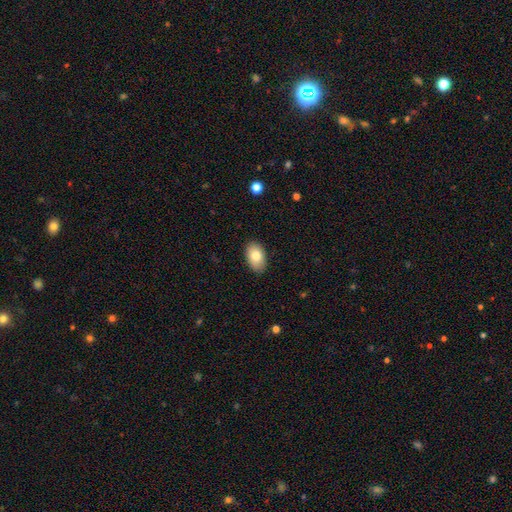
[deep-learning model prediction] A smooth galaxy with no disk features (80%) that is in between round and cigar-shaped (91%).

Vote fractions:
- Smooth or featured? smooth: 80% / featured or disk: 13% / star or artifact: 7%
- How rounded? in between: 91% / round: 8% / cigar-shaped: 1%
- Merging? none: 87% / minor disturbance: 10% / major disturbance: 2% / merger: 1%